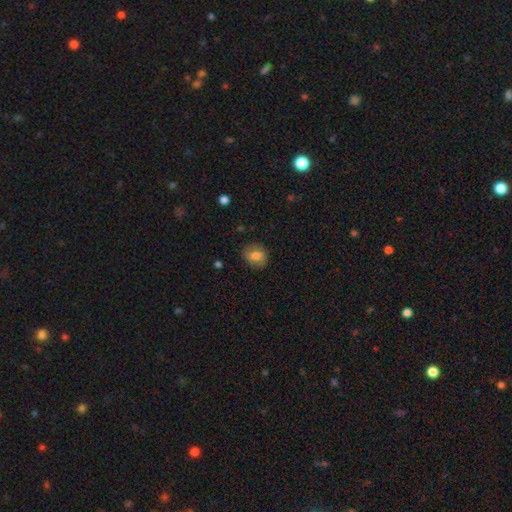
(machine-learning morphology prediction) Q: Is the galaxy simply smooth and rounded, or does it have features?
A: smooth — 74%.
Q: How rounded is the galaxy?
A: round — 54%.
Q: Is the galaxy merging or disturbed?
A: none — 80%.